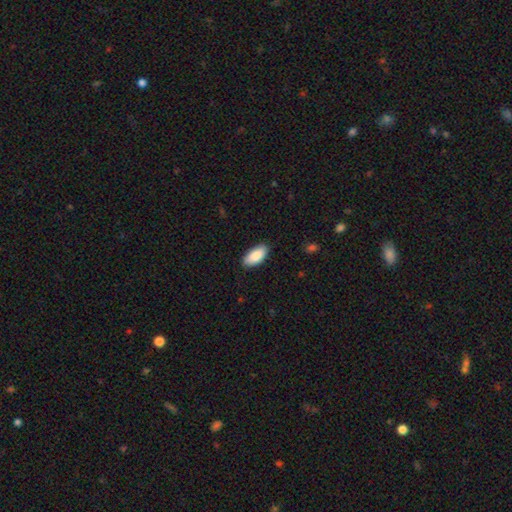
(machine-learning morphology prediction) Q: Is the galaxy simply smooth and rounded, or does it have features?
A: smooth — 87%.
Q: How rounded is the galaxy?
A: in between — 91%.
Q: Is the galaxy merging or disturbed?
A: none — 86%.